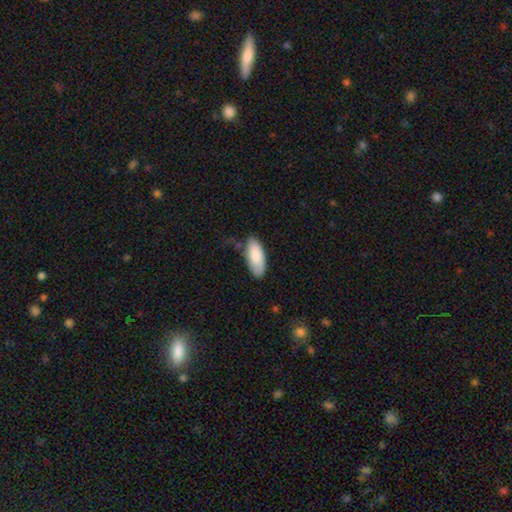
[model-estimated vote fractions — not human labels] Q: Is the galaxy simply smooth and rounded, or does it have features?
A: smooth — 87%.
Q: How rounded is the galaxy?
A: in between — 84%.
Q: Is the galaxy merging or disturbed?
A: none — 74%.